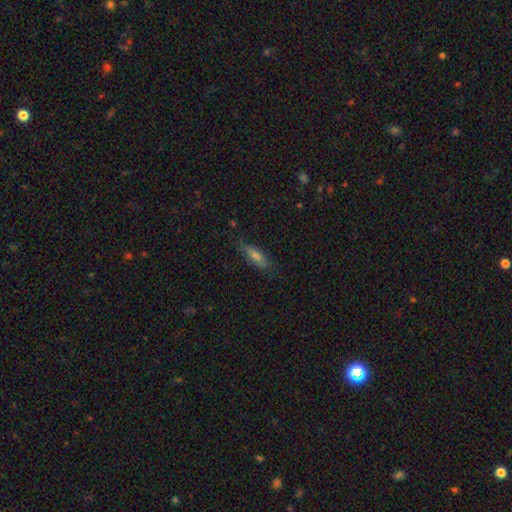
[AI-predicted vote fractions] Smooth or featured?
  - smooth: 58% *
  - featured or disk: 32%
  - star or artifact: 10%
How rounded?
  - cigar-shaped: 59% *
  - in between: 38%
  - round: 3%
Merging?
  - none: 76% *
  - minor disturbance: 19%
  - major disturbance: 4%
  - merger: 1%